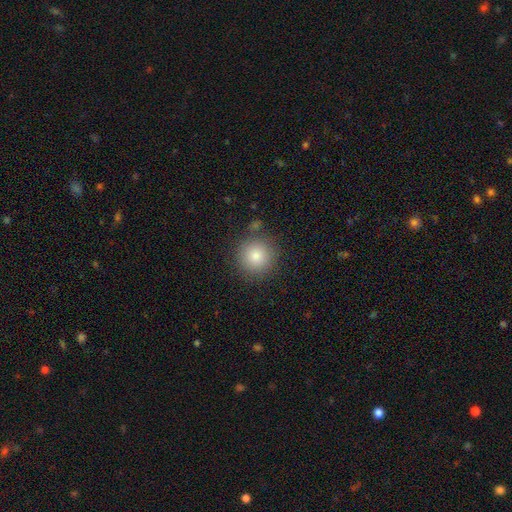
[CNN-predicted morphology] A smooth galaxy with no disk features (82%) that is round (94%). Merging: none (87%).